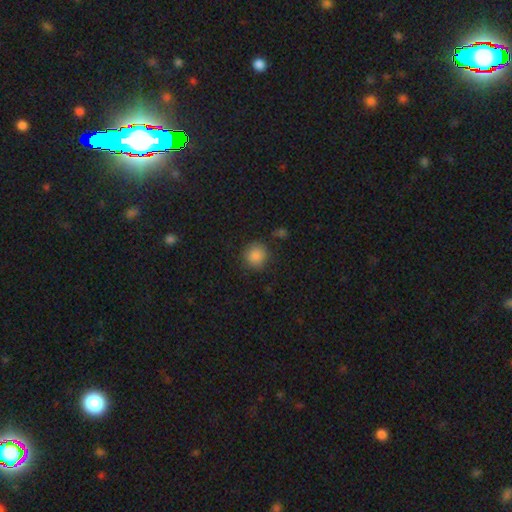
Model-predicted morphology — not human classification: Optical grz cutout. It shows a smooth galaxy with no disk features (86%) that is round (91%). Merging: none (84%).